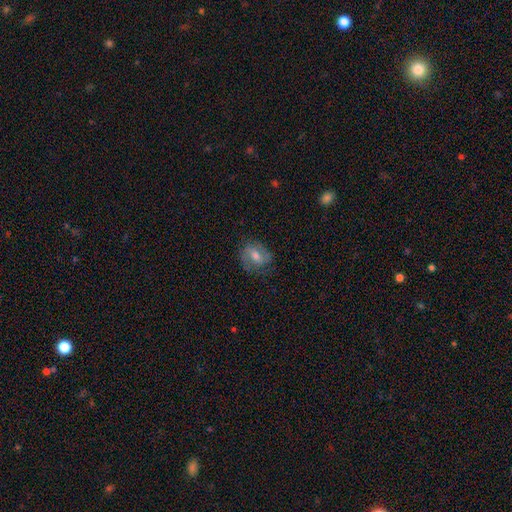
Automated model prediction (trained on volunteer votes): Smooth or featured? Predicted: featured or disk (p=0.52). Edge-on disk? Predicted: no (p=0.95). Merging? Predicted: none (p=0.74).